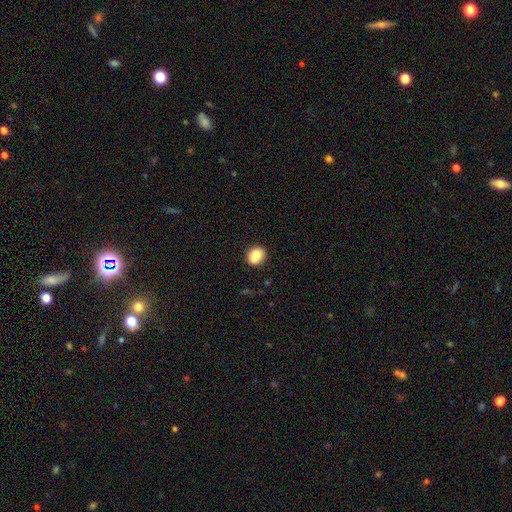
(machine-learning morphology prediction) smooth_or_featured: smooth (p=0.81) [alt: featured or disk p=0.10]
how_rounded: round (p=0.62) [alt: in between p=0.36]
merging: none (p=0.66) [alt: minor disturbance p=0.16]